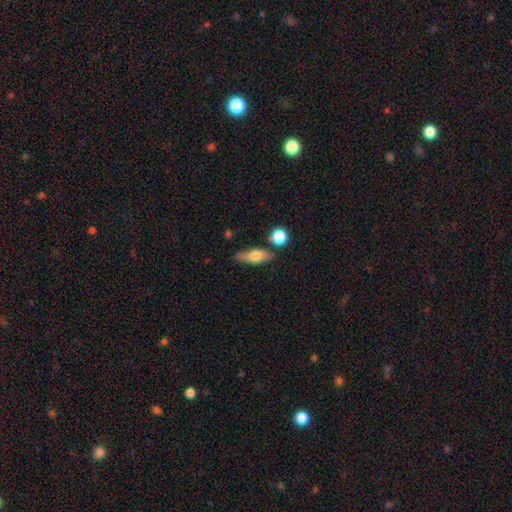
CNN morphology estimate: Smooth or featured: smooth — 68% (featured or disk — 24%)
How rounded: in between — 66% (cigar-shaped — 28%)
Merging: none — 71% (minor disturbance — 17%)